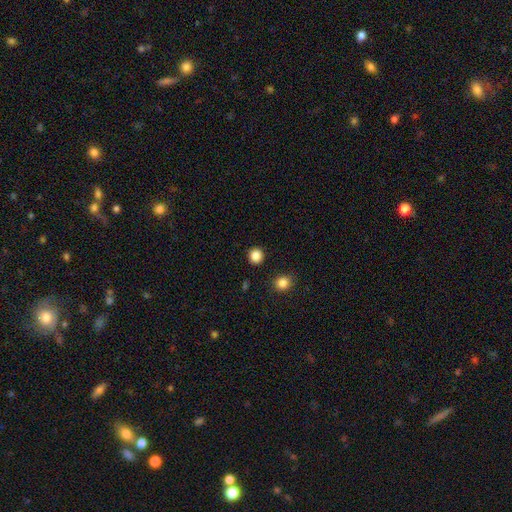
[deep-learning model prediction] smooth-or-featured: smooth: 86% | star or artifact: 11% | featured or disk: 3%
  how-rounded: round: 91% | in between: 8% | cigar-shaped: 1%
  merging: none: 92% | minor disturbance: 5% | major disturbance: 2% | merger: 2%